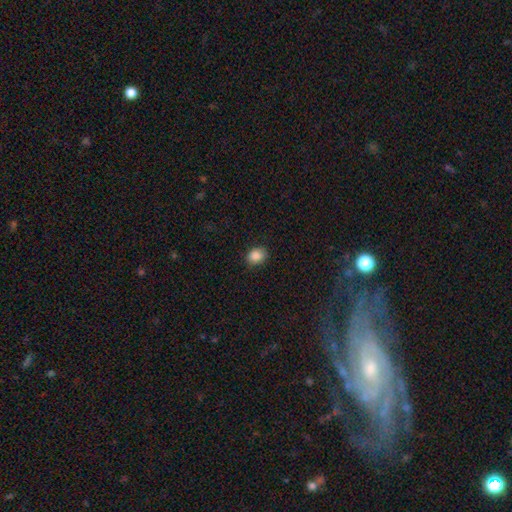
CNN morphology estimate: smooth 87%, star or artifact 9%, featured or disk 3%. Down the decision tree: how rounded — in between (58%); merging — none (85%).